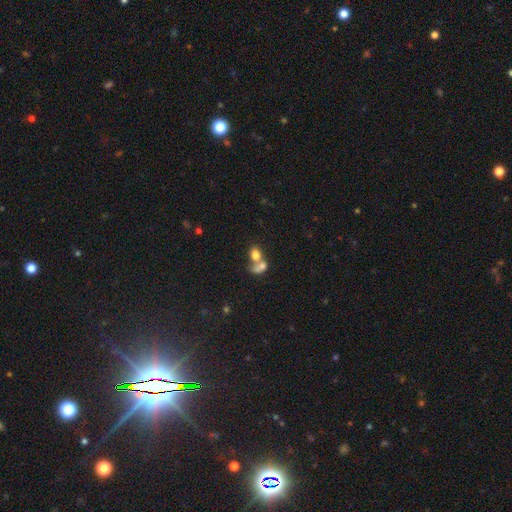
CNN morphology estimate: This is likely a smooth galaxy (72%). How rounded: possibly in between (58%). Merging: likely merger (66%).